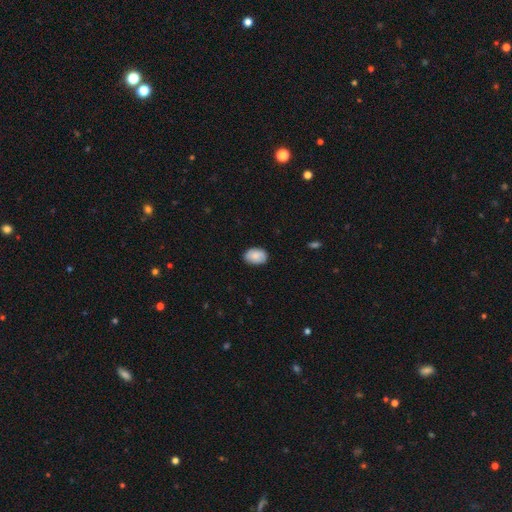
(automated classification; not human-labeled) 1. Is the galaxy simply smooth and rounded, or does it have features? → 86% smooth, 7% featured or disk, 6% star or artifact.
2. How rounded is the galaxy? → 84% in between, 15% round, 1% cigar-shaped.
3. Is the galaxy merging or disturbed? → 83% none, 13% minor disturbance, 2% major disturbance, 1% merger.